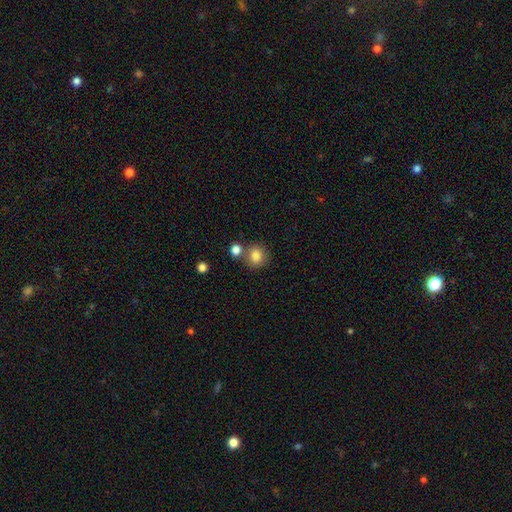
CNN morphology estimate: The model was most divided on "merging": none: 70%, merger: 17%, minor disturbance: 10%, major disturbance: 3%. More confident: how rounded — round (84%); smooth or featured — smooth (84%).